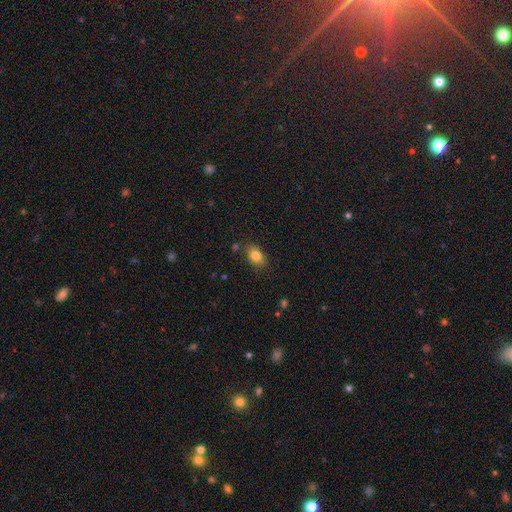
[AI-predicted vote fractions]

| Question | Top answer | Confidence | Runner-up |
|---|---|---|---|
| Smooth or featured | smooth | 83% | star or artifact (9%) |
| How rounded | in between | 83% | round (15%) |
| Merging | none | 82% | minor disturbance (12%) |